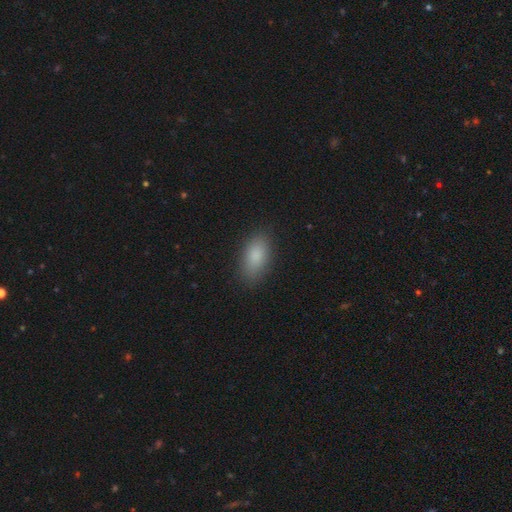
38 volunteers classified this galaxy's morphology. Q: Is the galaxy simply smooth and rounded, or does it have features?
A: smooth — 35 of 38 (92%).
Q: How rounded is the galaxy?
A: in between — 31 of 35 (89%).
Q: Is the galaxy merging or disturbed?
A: none — 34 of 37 (92%).